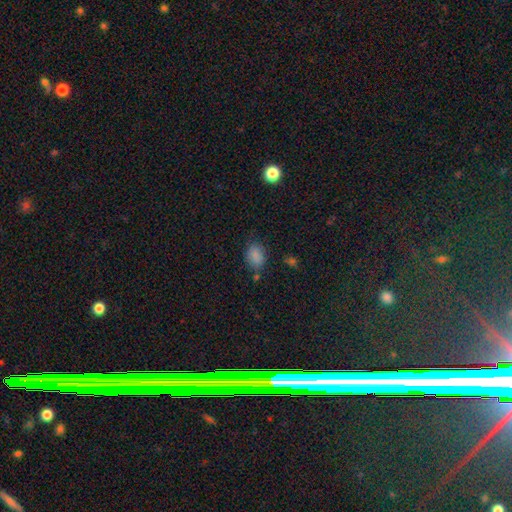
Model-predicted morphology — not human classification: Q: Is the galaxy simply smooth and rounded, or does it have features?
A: smooth — 84%.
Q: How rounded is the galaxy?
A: in between — 72%.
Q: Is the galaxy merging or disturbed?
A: none — 72%.